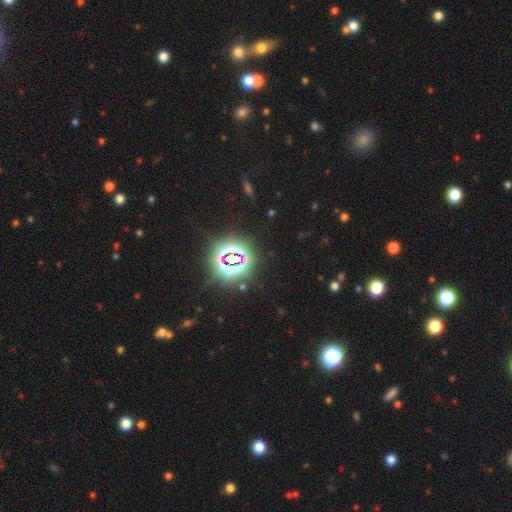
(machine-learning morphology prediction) Smooth or featured?
  - star or artifact: 82% *
  - smooth: 12%
  - featured or disk: 6%